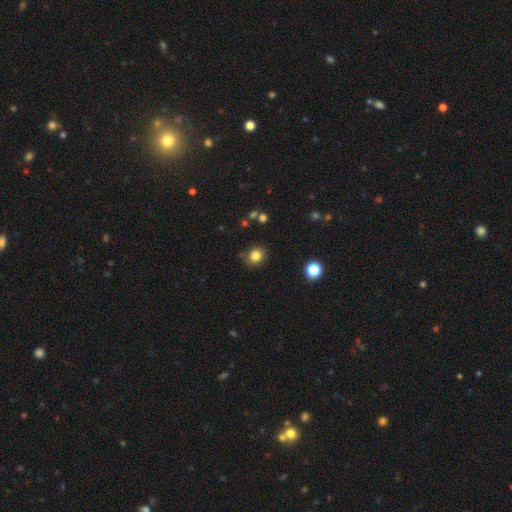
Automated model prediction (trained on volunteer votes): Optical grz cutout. It shows a smooth galaxy with no disk features (82%) that is round (72%). Merging: none (84%).